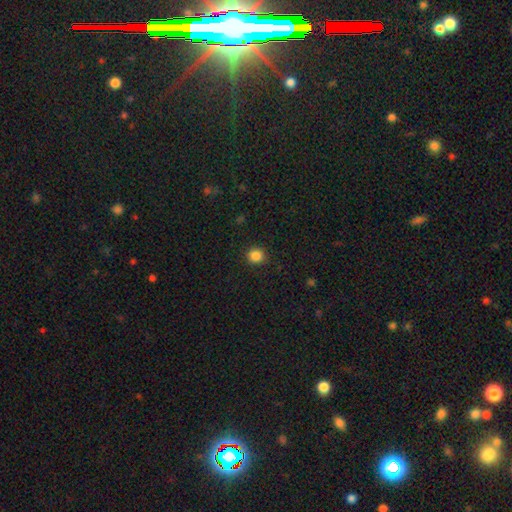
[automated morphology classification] type=smooth (86%); roundness=round (91%); merging=none (91%).